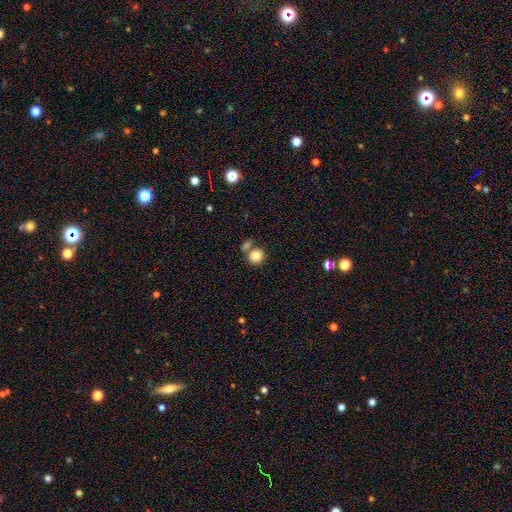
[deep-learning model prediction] This appears to be a smooth galaxy with no disk features (85%) that is round (86%). Merging: none (57%).